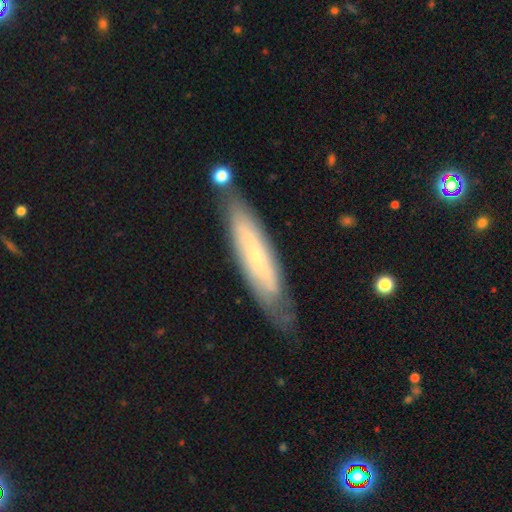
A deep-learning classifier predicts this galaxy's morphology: Overall: featured or disk (55%; smooth 38%). Edge-on disk: no (50%, tied with yes). Merging: none (73%).